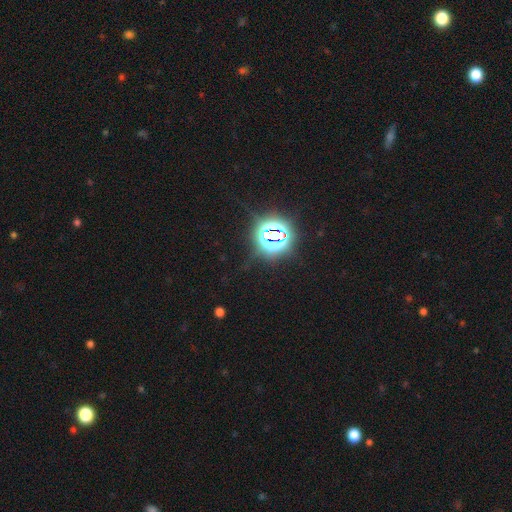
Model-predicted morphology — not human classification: star or artifact 83%, smooth 11%, featured or disk 6%.